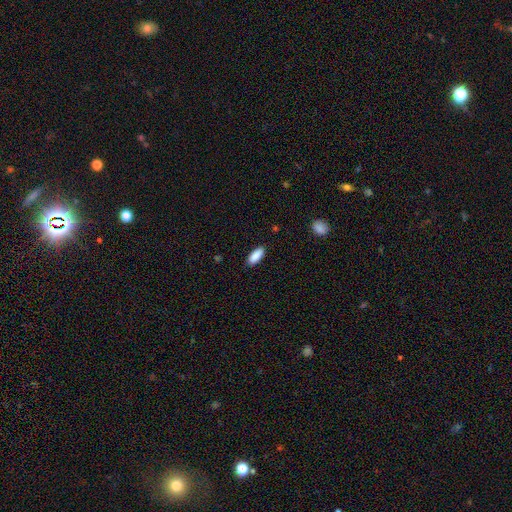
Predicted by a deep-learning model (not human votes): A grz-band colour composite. It shows a smooth galaxy with no disk features (90%) that is in between round and cigar-shaped (80%). Merging: none (87%).